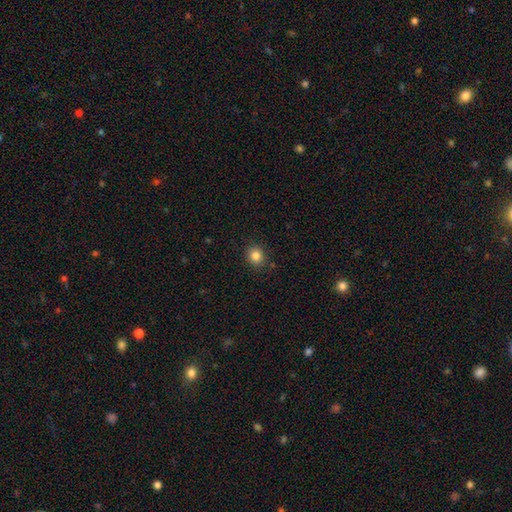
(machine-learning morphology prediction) This appears to be a smooth galaxy with no disk features (83%) that is round (78%). Merging: none (89%).